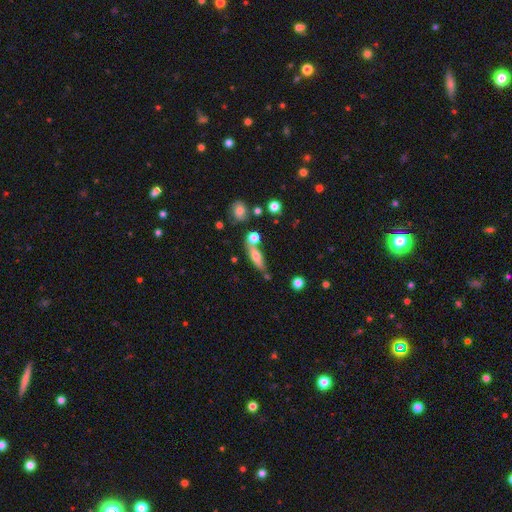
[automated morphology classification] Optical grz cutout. It shows a smooth galaxy with no disk features (60%) that is cigar-shaped (53%). Merging: none (59%).